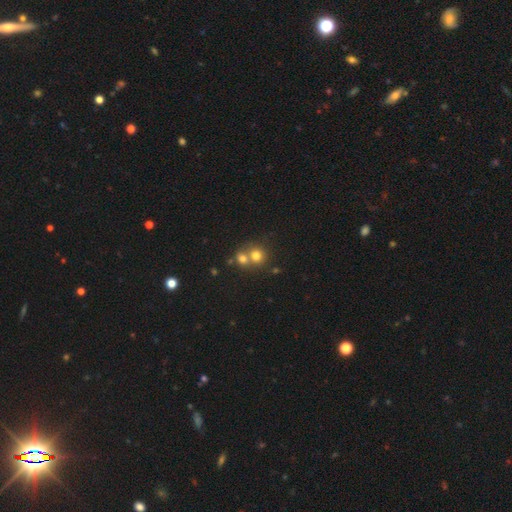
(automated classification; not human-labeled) Overall: smooth (73%). How rounded: round (83%). Merging: merger (54%; none 38%).